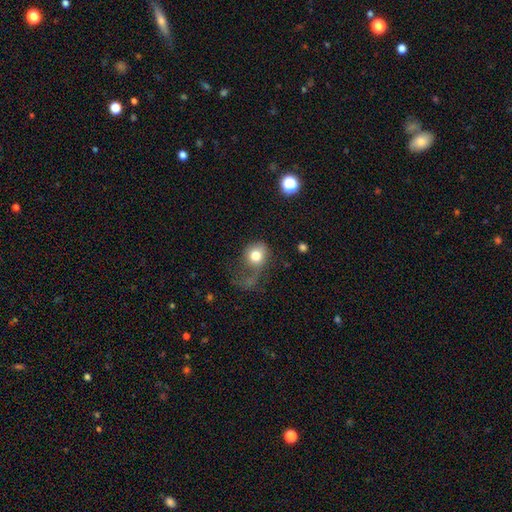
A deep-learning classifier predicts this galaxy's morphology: Smooth or featured?
  - smooth: 75% *
  - featured or disk: 16%
  - star or artifact: 10%
How rounded?
  - round: 69% *
  - in between: 30%
  - cigar-shaped: 1%
Merging?
  - major disturbance: 47% *
  - none: 27%
  - minor disturbance: 21%
  - merger: 5%